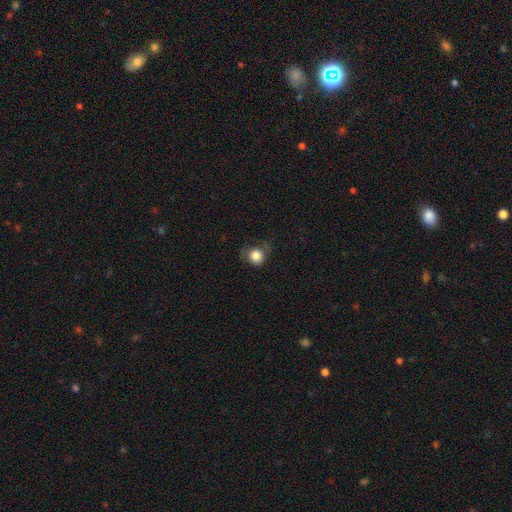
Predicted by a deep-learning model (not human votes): A smooth galaxy with no disk features (83%) that is round (83%).

Vote fractions:
- Smooth or featured? smooth: 83% / star or artifact: 9% / featured or disk: 8%
- How rounded? round: 83% / in between: 16% / cigar-shaped: 1%
- Merging? none: 59% / minor disturbance: 25% / major disturbance: 14% / merger: 2%